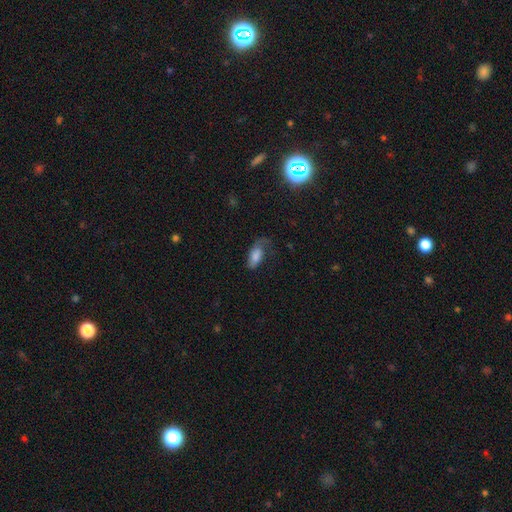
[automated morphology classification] smooth_or_featured: smooth (p=0.70) [alt: featured or disk p=0.22]
how_rounded: in between (p=0.88) [alt: cigar-shaped p=0.08]
merging: major disturbance (p=0.36) [alt: none p=0.34]